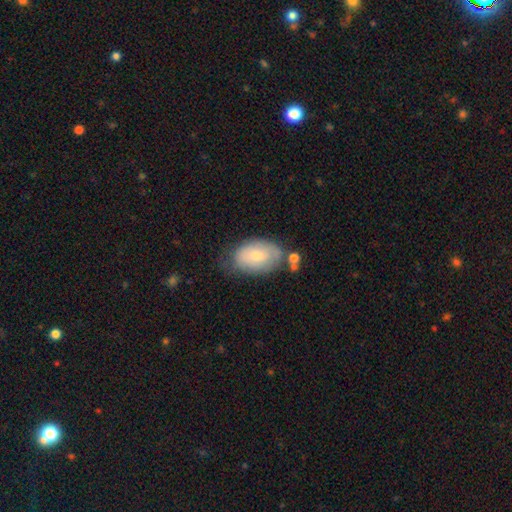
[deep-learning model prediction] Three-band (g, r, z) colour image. It shows a smooth galaxy with no disk features (67%) that is in between round and cigar-shaped (90%). Merging: none (57%).